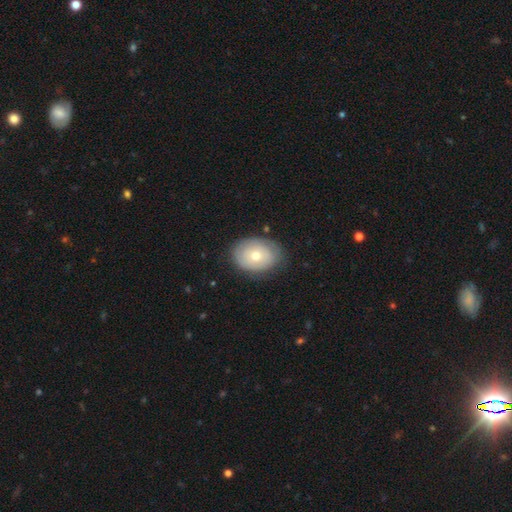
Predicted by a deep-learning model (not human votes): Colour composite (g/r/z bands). It shows a smooth galaxy with no disk features (57%) that is in between round and cigar-shaped (70%). Merging: none (78%).